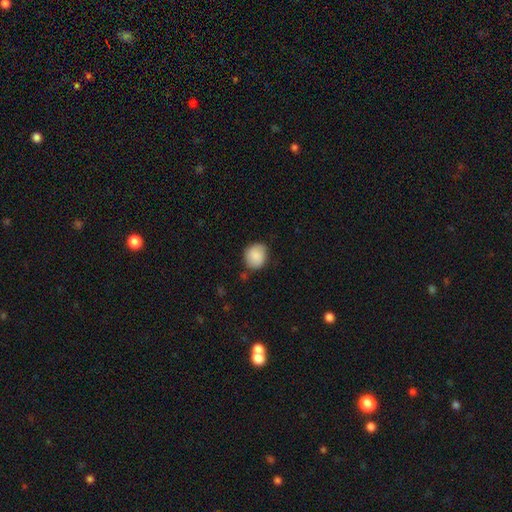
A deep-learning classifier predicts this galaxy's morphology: Q: Smooth or featured?
A: smooth (87%); runner-up: star or artifact (7%)
Q: How rounded?
A: round (73%); runner-up: in between (27%)
Q: Merging?
A: none (75%); runner-up: minor disturbance (19%)